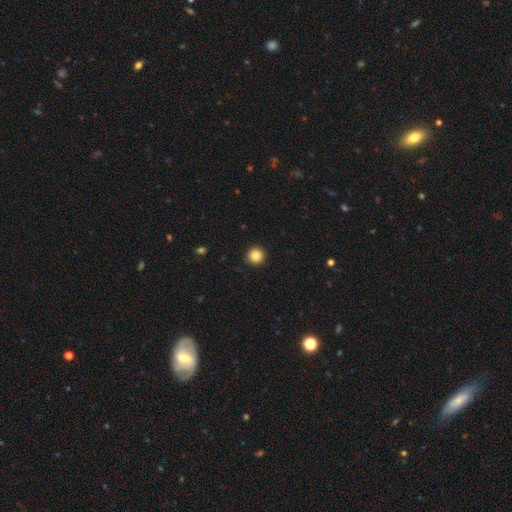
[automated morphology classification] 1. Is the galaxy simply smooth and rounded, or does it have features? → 87% smooth, 10% star or artifact, 3% featured or disk.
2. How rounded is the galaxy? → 96% round, 3% in between, 1% cigar-shaped.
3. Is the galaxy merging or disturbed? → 92% none, 5% minor disturbance, 2% major disturbance, 1% merger.